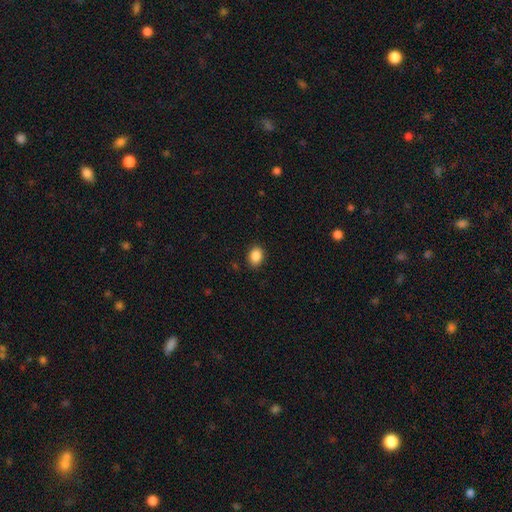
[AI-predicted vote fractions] Overall: smooth (88%). How rounded: in between (66%; round 33%). Merging: none (87%).